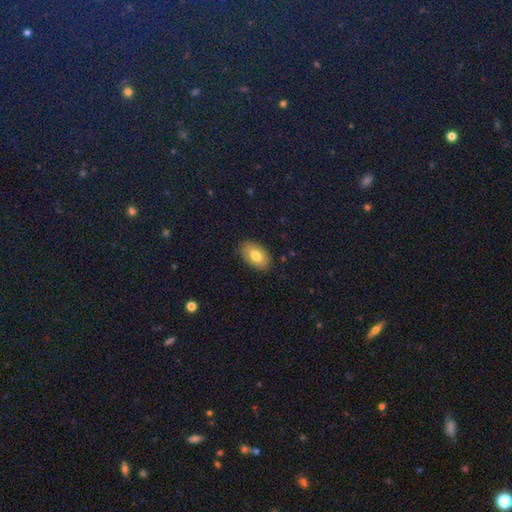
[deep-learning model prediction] A smooth galaxy with no disk features (71%) that is in between round and cigar-shaped (93%).

Vote fractions:
- Smooth or featured? smooth: 71% / featured or disk: 22% / star or artifact: 7%
- How rounded? in between: 93% / round: 6% / cigar-shaped: 2%
- Merging? none: 85% / minor disturbance: 11% / major disturbance: 3% / merger: 1%